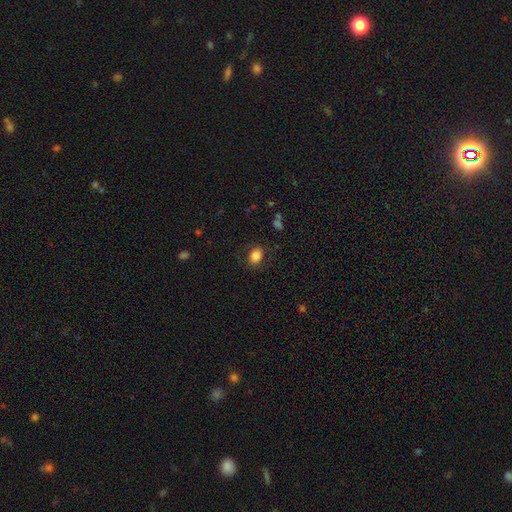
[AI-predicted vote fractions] This appears to be a smooth galaxy with no disk features (84%) that is in between round and cigar-shaped (73%). Merging: none (83%).